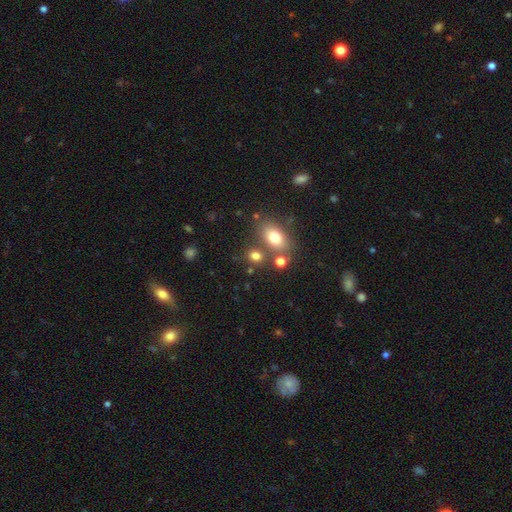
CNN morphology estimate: A smooth galaxy with no disk features (78%) that is round (49%).

Vote fractions:
- Smooth or featured? smooth: 78% / star or artifact: 13% / featured or disk: 9%
- How rounded? round: 49% / in between: 48% / cigar-shaped: 2%
- Merging? none: 66% / merger: 19% / minor disturbance: 10% / major disturbance: 4%